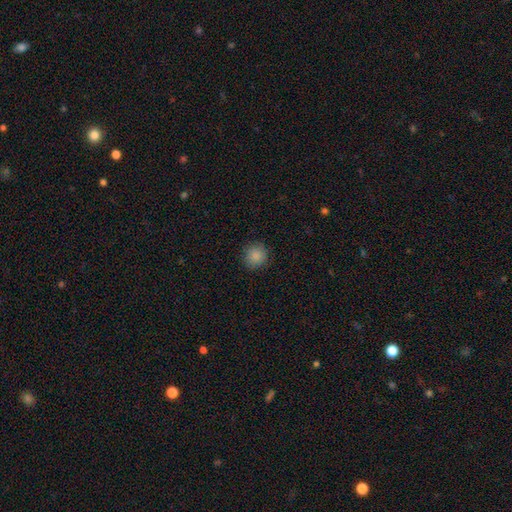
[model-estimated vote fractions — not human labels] Smooth or featured? Predicted: smooth (p=0.87). How rounded? Predicted: round (p=0.93). Merging? Predicted: none (p=0.90).